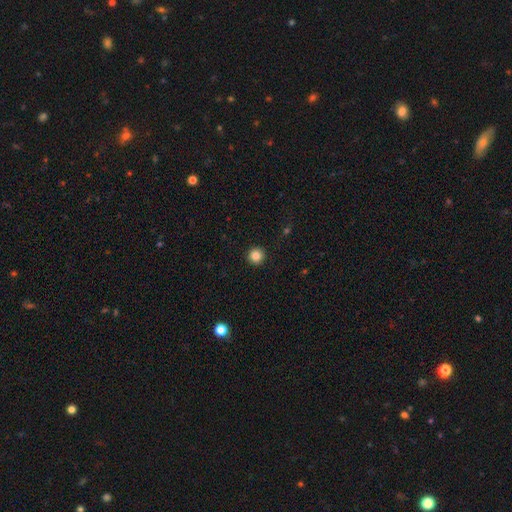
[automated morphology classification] Q: Smooth or featured?
A: smooth (85%); runner-up: star or artifact (11%)
Q: How rounded?
A: round (96%); runner-up: in between (3%)
Q: Merging?
A: none (93%); runner-up: minor disturbance (5%)